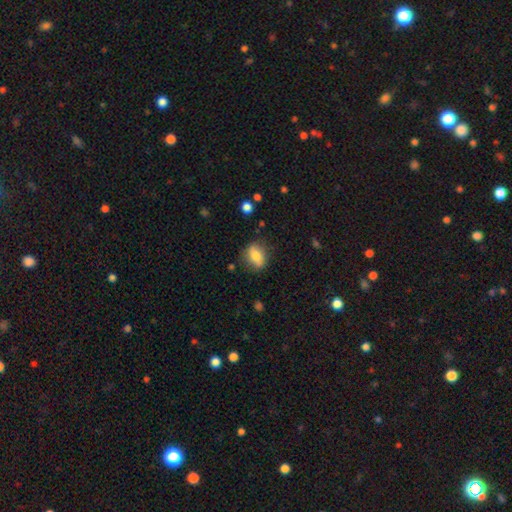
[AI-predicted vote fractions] Smooth or featured? Predicted: smooth (p=0.71). How rounded? Predicted: in between (p=0.61). Merging? Predicted: none (p=0.77).